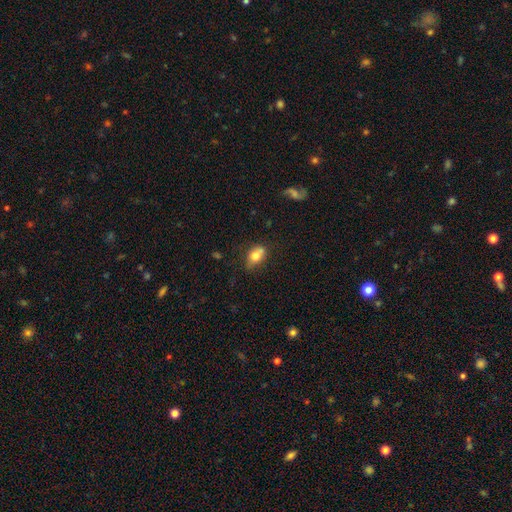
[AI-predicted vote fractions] Overall: smooth (74%). How rounded: in between (75%). Merging: none (53%; minor disturbance 22%).